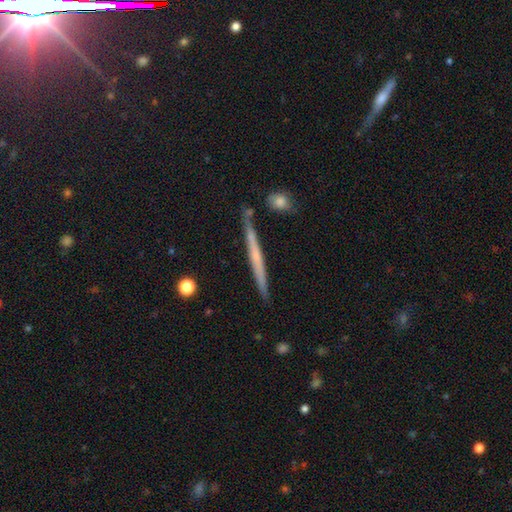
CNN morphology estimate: The model was most divided on "smooth or featured": featured or disk: 58%, smooth: 35%, star or artifact: 6%. More confident: edge-on disk — yes (97%); merging — none (87%); edge-on bulge — none (74%).